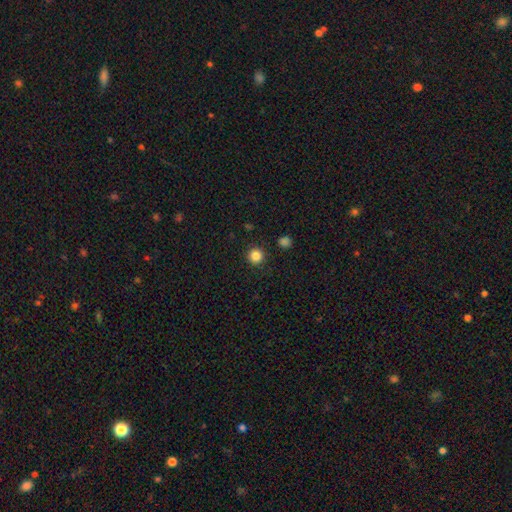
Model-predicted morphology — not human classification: This appears to be a smooth galaxy with no disk features (85%) that is round (95%). Merging: none (92%).